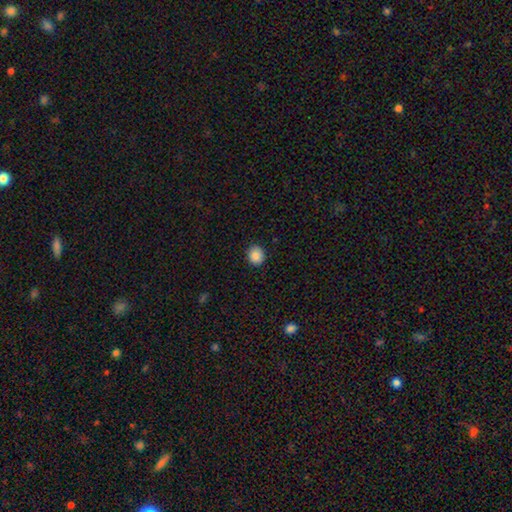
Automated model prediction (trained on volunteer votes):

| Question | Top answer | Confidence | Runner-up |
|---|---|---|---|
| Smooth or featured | smooth | 87% | star or artifact (9%) |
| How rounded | round | 74% | in between (25%) |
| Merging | none | 89% | minor disturbance (8%) |